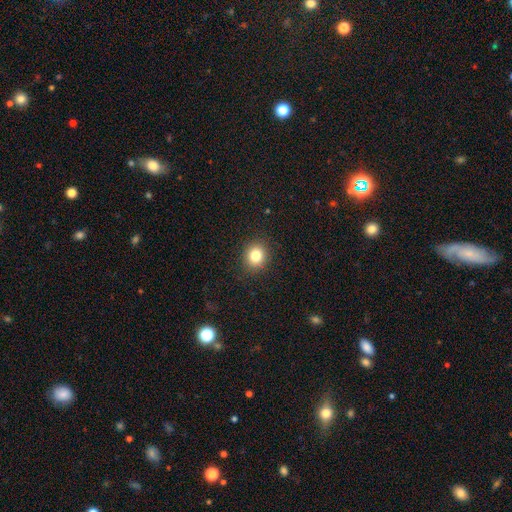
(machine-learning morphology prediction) Smooth or featured? smooth (82%)
How rounded? round (79%)
Merging? none (90%)